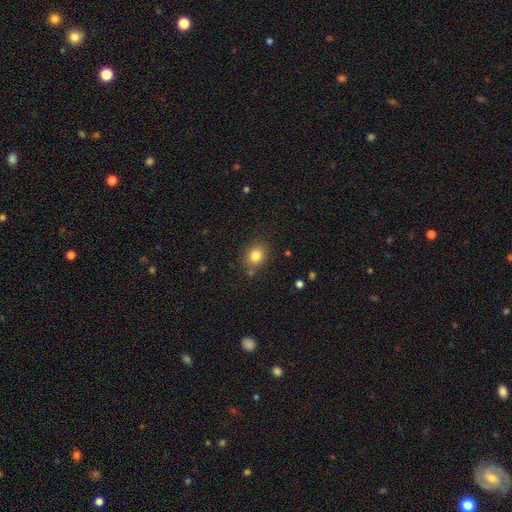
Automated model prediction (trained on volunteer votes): A smooth galaxy with no disk features (82%) that is round (59%).

Vote fractions:
- Smooth or featured? smooth: 82% / star or artifact: 11% / featured or disk: 7%
- How rounded? round: 59% / in between: 40% / cigar-shaped: 1%
- Merging? none: 82% / minor disturbance: 11% / merger: 4% / major disturbance: 3%